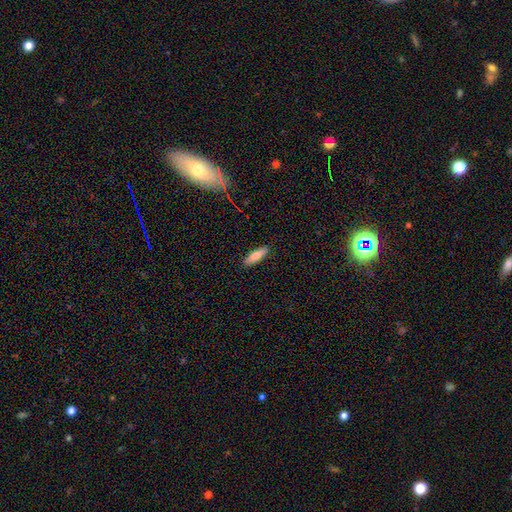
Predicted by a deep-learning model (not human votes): This is likely a smooth galaxy (75%). How rounded: likely cigar-shaped (61%). Merging: clearly none (89%).